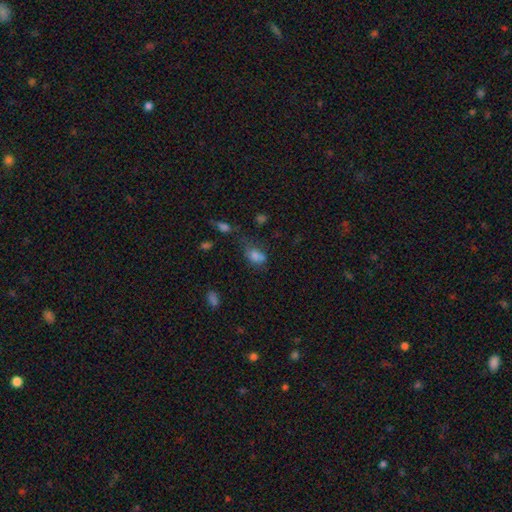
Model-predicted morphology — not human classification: Smooth or featured: smooth — 74% (star or artifact — 14%)
How rounded: in between — 68% (round — 30%)
Merging: none — 34% (minor disturbance — 27%)